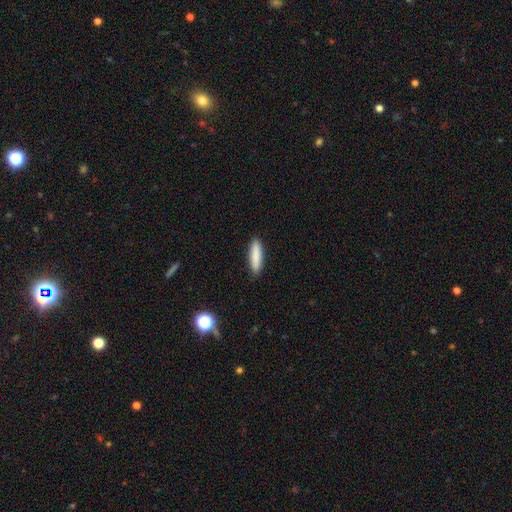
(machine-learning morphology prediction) Q: Smooth or featured?
A: smooth (86%); runner-up: featured or disk (8%)
Q: How rounded?
A: cigar-shaped (73%); runner-up: in between (25%)
Q: Merging?
A: none (90%); runner-up: minor disturbance (8%)